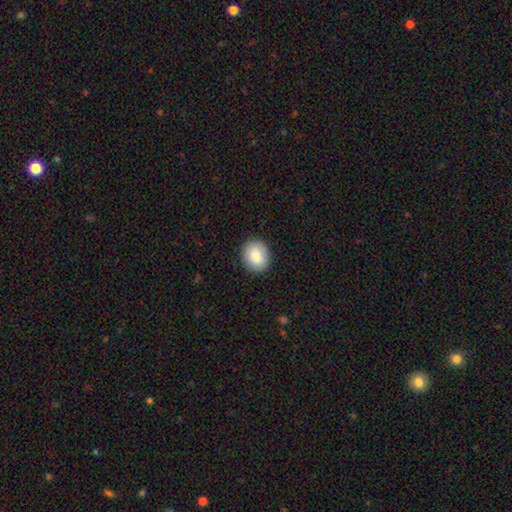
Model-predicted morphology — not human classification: This appears to be a smooth galaxy with no disk features (84%) that is round (62%). Merging: none (89%).